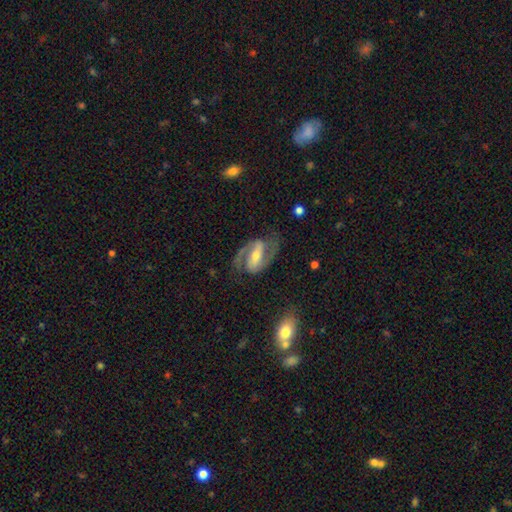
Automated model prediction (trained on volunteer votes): featured or disk 89%, smooth 6%, star or artifact 5%. Down the decision tree: edge-on disk — no (97%); bar — strong (56%); spiral arms — yes (97%); spiral arm count — 2 (93%); spiral winding — medium (59%); bulge size — moderate (52%); merging — none (79%).